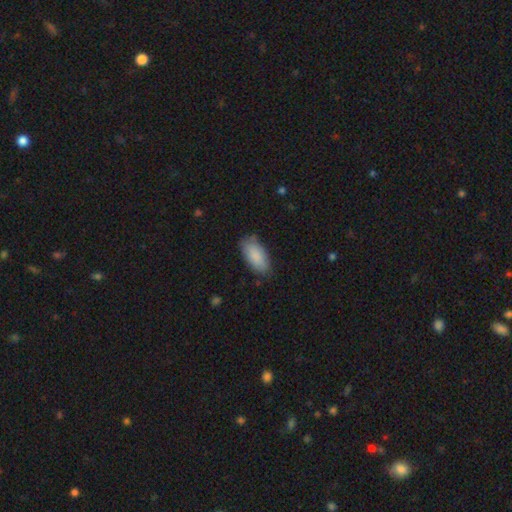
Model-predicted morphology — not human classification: This appears to be a smooth galaxy with no disk features (87%) that is in between round and cigar-shaped (92%). Merging: none (79%).